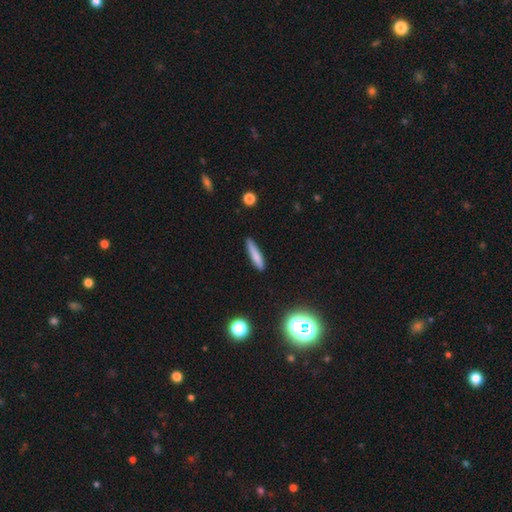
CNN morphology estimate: smooth-or-featured: smooth: 76% | featured or disk: 15% | star or artifact: 8%
  how-rounded: cigar-shaped: 89% | in between: 10% | round: 2%
  merging: none: 85% | minor disturbance: 11% | major disturbance: 2% | merger: 2%